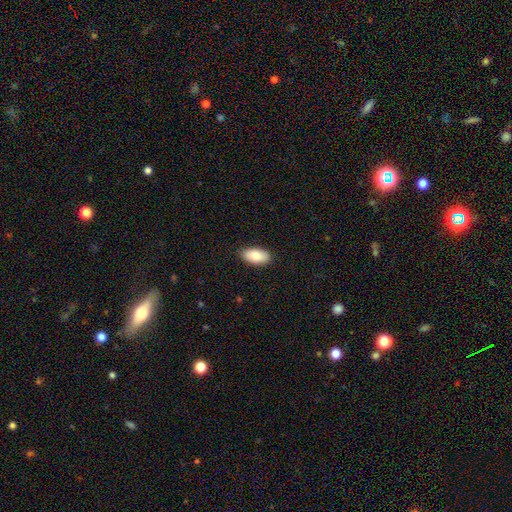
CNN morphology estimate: This appears to be a smooth galaxy with no disk features (82%) that is in between round and cigar-shaped (94%). Merging: none (87%).